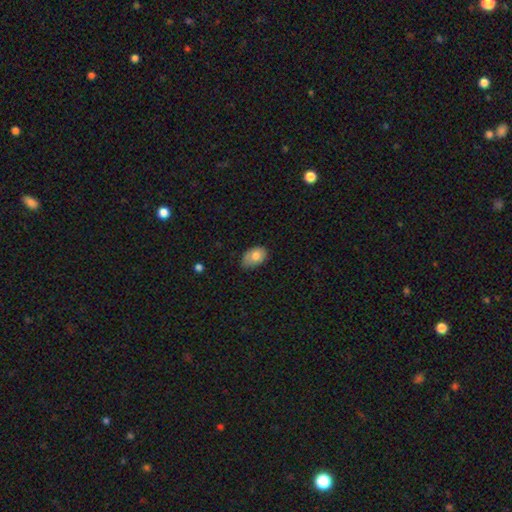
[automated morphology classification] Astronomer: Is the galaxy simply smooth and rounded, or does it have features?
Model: smooth — 77%.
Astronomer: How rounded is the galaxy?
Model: in between — 85%.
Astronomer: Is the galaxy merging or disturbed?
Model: none — 58% (runner-up: minor disturbance, 34%).